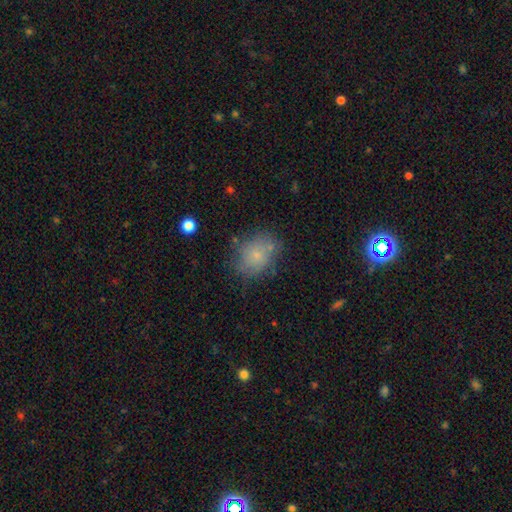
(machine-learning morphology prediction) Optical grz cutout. It shows a smooth galaxy with no disk features (70%) that is round (54%). Merging: none (63%).